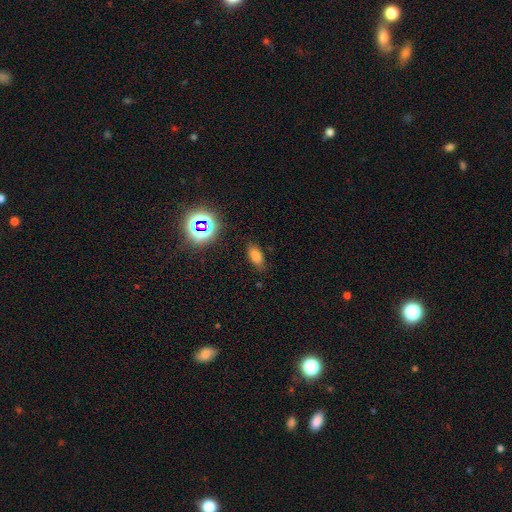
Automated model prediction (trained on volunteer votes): Smooth or featured?
  - smooth: 74% *
  - star or artifact: 17%
  - featured or disk: 8%
How rounded?
  - in between: 85% *
  - cigar-shaped: 9%
  - round: 6%
Merging?
  - none: 83% *
  - minor disturbance: 12%
  - major disturbance: 3%
  - merger: 2%